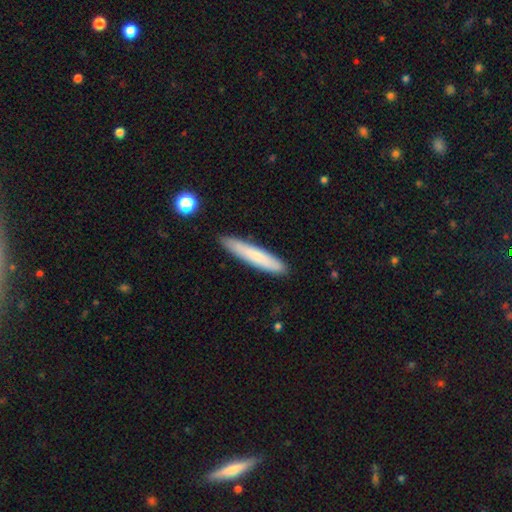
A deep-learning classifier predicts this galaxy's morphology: smooth 73%, featured or disk 21%, star or artifact 6%. Down the decision tree: how rounded — cigar-shaped (92%); merging — none (88%).